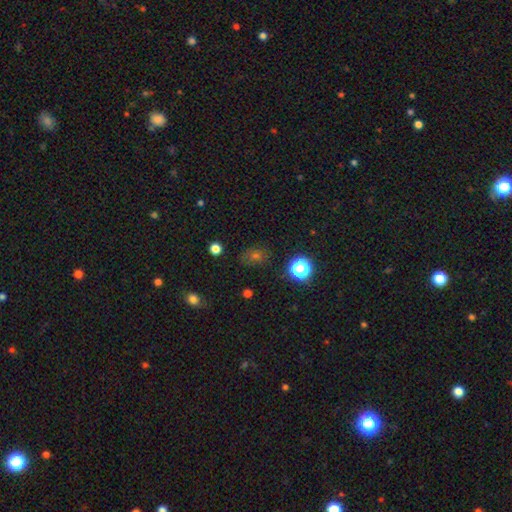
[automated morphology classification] The model was most divided on "how rounded": round: 51%, in between: 47%, cigar-shaped: 2%. More confident: merging — none (77%); smooth or featured — smooth (58%).